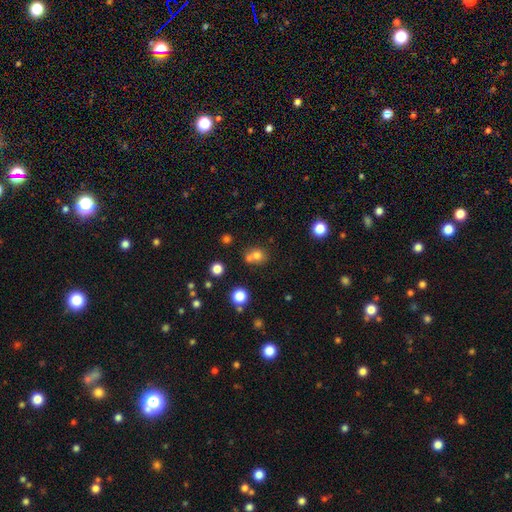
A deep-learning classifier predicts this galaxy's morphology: This appears to be a smooth galaxy with no disk features (72%) that is round (80%). Merging: none (48%).